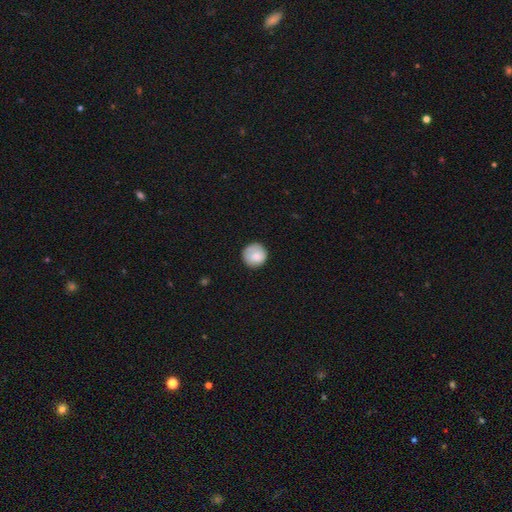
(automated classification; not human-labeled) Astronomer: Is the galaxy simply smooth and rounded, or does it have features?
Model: smooth — 84%.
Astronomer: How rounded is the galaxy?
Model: round — 93%.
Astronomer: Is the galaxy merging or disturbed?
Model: none — 81%.